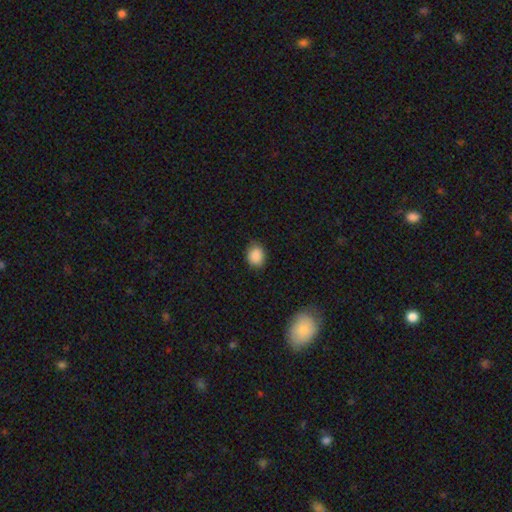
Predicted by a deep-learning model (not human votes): This appears to be a smooth galaxy with no disk features (88%) that is in between round and cigar-shaped (53%). Merging: none (79%).